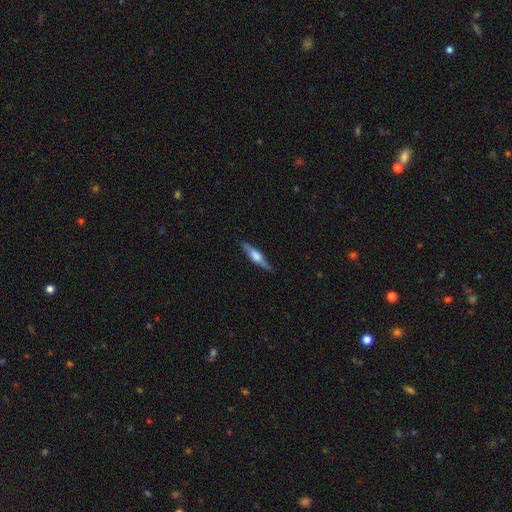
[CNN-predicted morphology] A featured or disk galaxy (68%) viewed edge-on (97%) with a rounded central bulge (78%). Merging: none (87%).